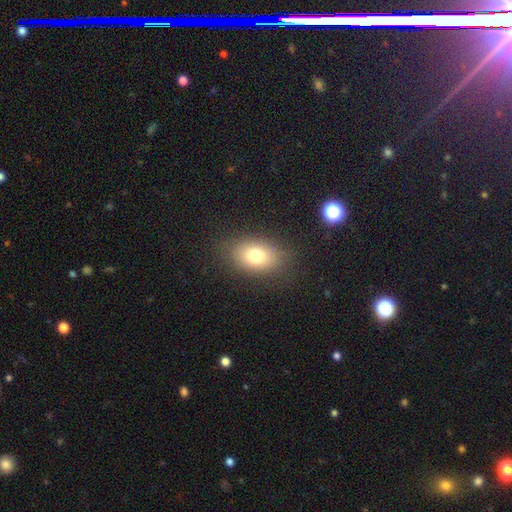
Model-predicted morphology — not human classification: A smooth galaxy with no disk features (77%) that is in between round and cigar-shaped (80%).

Vote fractions:
- Smooth or featured? smooth: 77% / featured or disk: 12% / star or artifact: 11%
- How rounded? in between: 80% / round: 19% / cigar-shaped: 1%
- Merging? none: 84% / minor disturbance: 10% / major disturbance: 4% / merger: 1%